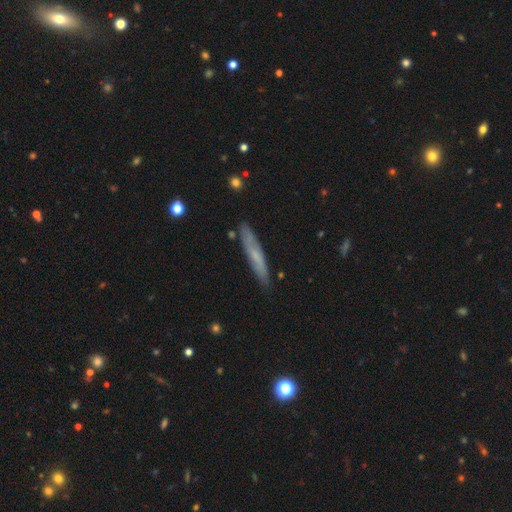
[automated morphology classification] Smooth or featured? smooth (52%)
How rounded? cigar-shaped (92%)
Merging? none (83%)